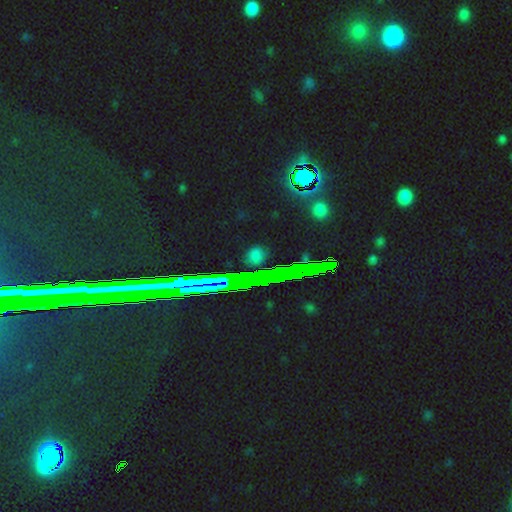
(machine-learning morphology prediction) Smooth or featured?
  - star or artifact: 70% *
  - smooth: 21%
  - featured or disk: 9%